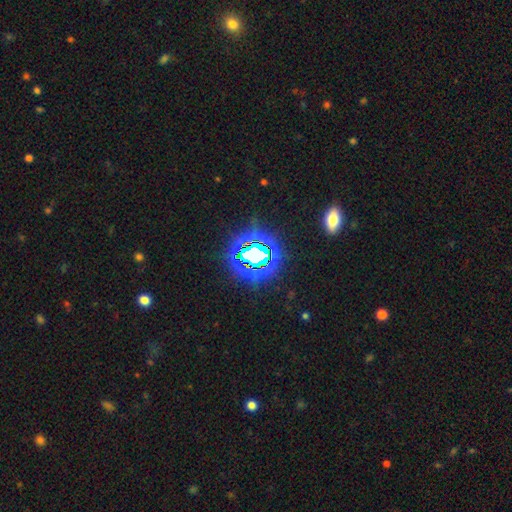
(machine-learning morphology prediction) The model was most divided on "smooth or featured": star or artifact: 76%, smooth: 13%, featured or disk: 11%.